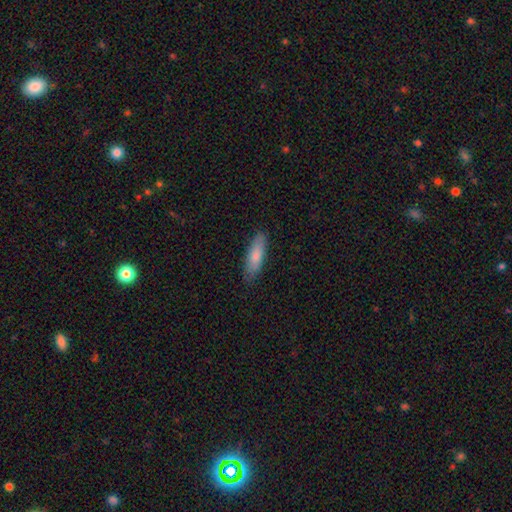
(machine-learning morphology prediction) Smooth or featured? smooth (80%)
How rounded? cigar-shaped (54%)
Merging? none (86%)